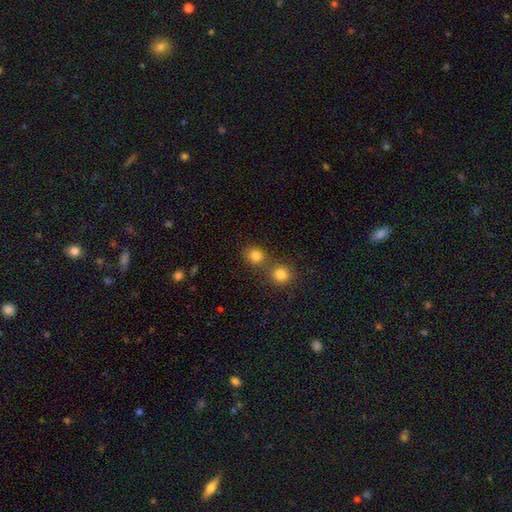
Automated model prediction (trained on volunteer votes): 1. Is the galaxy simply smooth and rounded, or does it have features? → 82% smooth, 12% star or artifact, 6% featured or disk.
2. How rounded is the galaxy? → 77% round, 22% in between, 1% cigar-shaped.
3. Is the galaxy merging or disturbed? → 56% none, 33% merger, 8% minor disturbance, 3% major disturbance.